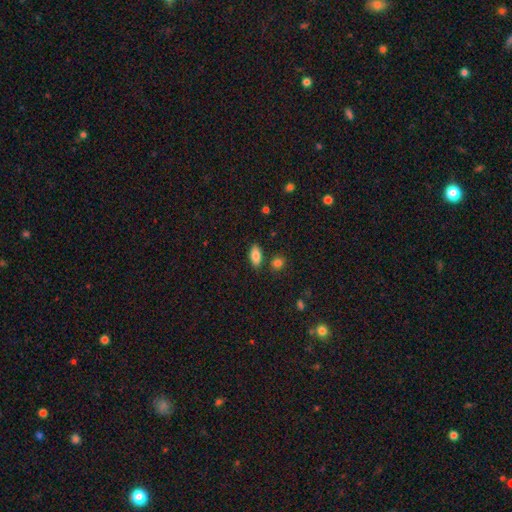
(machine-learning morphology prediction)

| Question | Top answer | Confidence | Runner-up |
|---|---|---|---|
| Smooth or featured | smooth | 84% | featured or disk (9%) |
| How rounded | in between | 90% | cigar-shaped (6%) |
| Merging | none | 82% | minor disturbance (10%) |